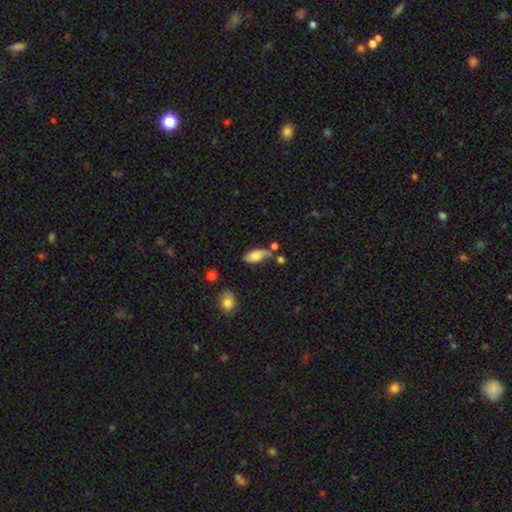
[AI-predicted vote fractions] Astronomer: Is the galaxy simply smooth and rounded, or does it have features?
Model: smooth — 67%.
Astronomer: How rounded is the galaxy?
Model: in between — 87%.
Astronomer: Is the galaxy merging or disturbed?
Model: none — 47% (runner-up: minor disturbance, 28%).